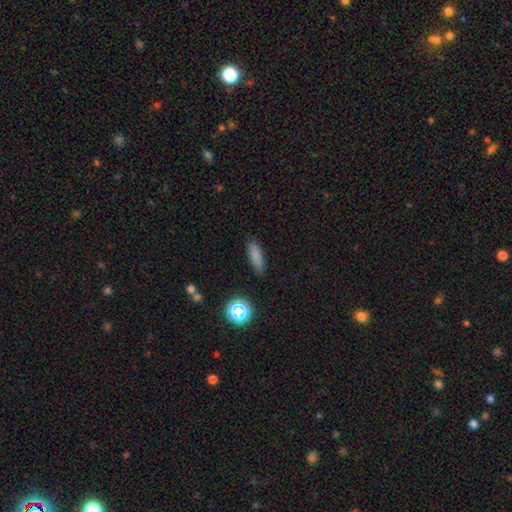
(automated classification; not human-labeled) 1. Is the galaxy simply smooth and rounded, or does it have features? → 80% smooth, 13% star or artifact, 7% featured or disk.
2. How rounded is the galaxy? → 51% cigar-shaped, 46% in between, 3% round.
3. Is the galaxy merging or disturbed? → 85% none, 11% minor disturbance, 3% major disturbance, 2% merger.